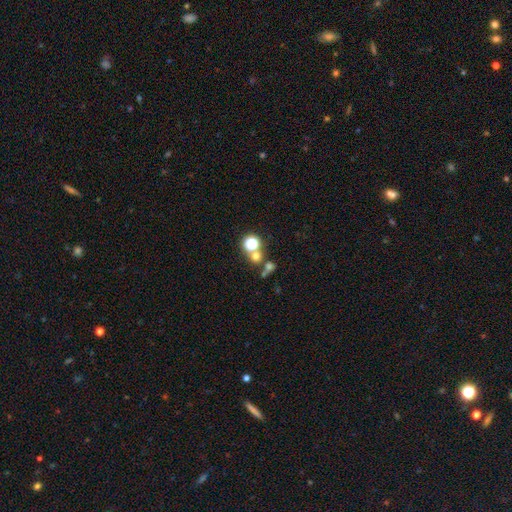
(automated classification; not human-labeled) This is possibly a smooth galaxy (57%). How rounded: clearly round (84%). Merging: possibly none (52%).